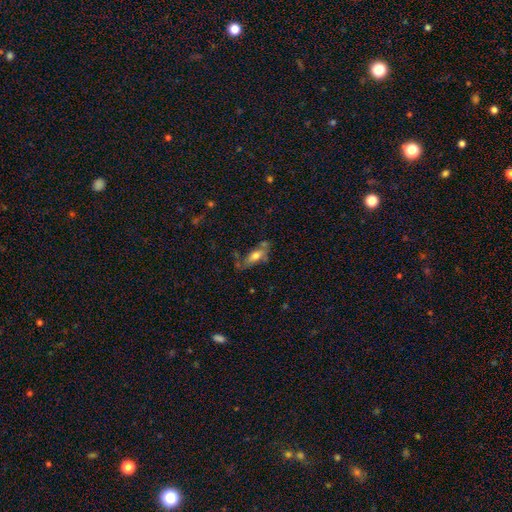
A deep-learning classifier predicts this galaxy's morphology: Smooth or featured?
  - smooth: 62% *
  - featured or disk: 30%
  - star or artifact: 9%
How rounded?
  - in between: 70% *
  - cigar-shaped: 27%
  - round: 3%
Merging?
  - none: 52% *
  - minor disturbance: 24%
  - merger: 15%
  - major disturbance: 9%